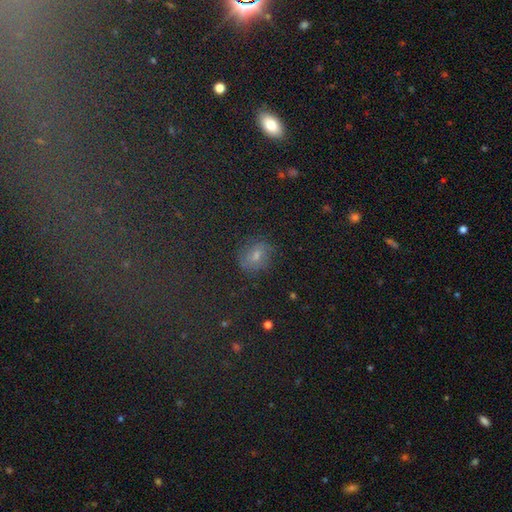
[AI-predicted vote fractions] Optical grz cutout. It shows a smooth galaxy with no disk features (43%). Merging: none (74%).